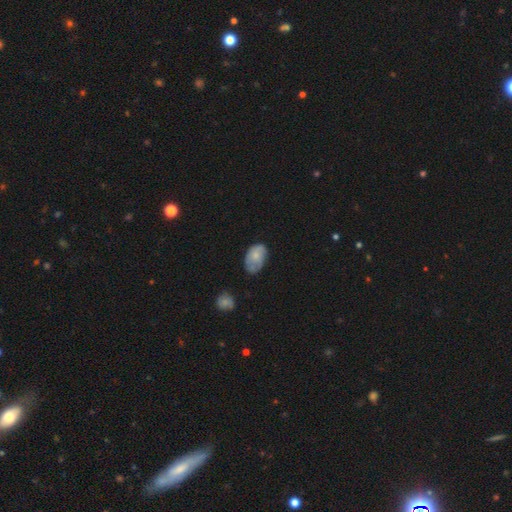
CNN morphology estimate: The model was most divided on "merging": none: 55%, minor disturbance: 34%, major disturbance: 8%, merger: 3%. More confident: how rounded — in between (91%); smooth or featured — smooth (70%).